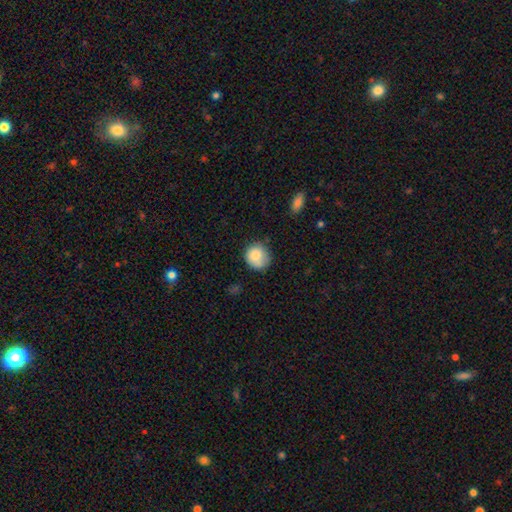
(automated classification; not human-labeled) Smooth or featured: smooth — 84% (featured or disk — 8%)
How rounded: round — 84% (in between — 15%)
Merging: none — 66% (minor disturbance — 25%)